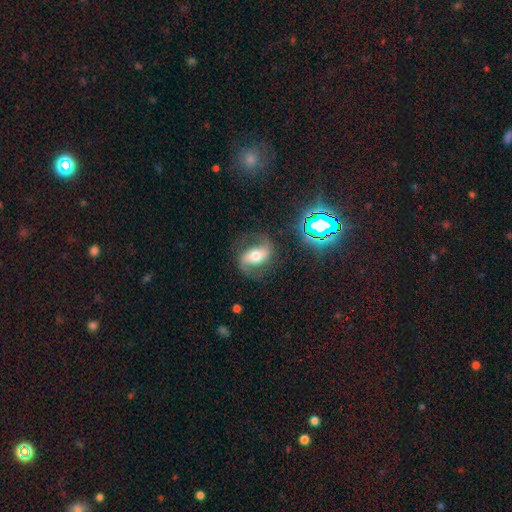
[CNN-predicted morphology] smooth_or_featured: featured or disk (p=0.69) [alt: smooth p=0.20]
disk_edge_on: no (p=0.93) [alt: yes p=0.07]
bar: strong (p=0.43) [alt: weak p=0.29]
has_spiral_arms: yes (p=0.88) [alt: no p=0.12]
spiral_winding: loose (p=0.48) [alt: medium p=0.39]
spiral_arm_count: 2 (p=0.89) [alt: can't tell p=0.05]
bulge_size: moderate (p=0.64) [alt: large p=0.16]
merging: none (p=0.74) [alt: minor disturbance p=0.15]